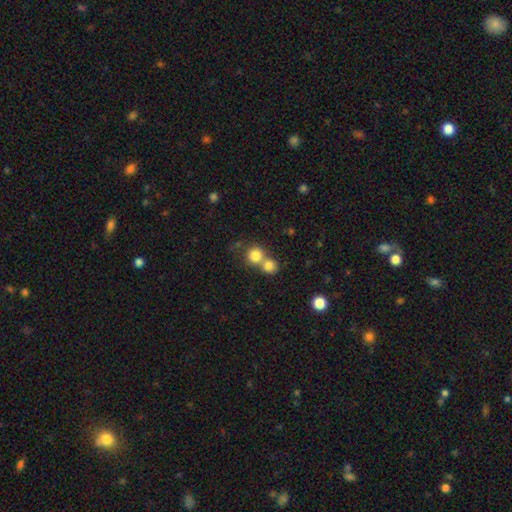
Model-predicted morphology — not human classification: Smooth or featured?
  - smooth: 81% *
  - star or artifact: 11%
  - featured or disk: 9%
How rounded?
  - round: 87% *
  - in between: 12%
  - cigar-shaped: 1%
Merging?
  - merger: 54% *
  - none: 39%
  - minor disturbance: 5%
  - major disturbance: 2%